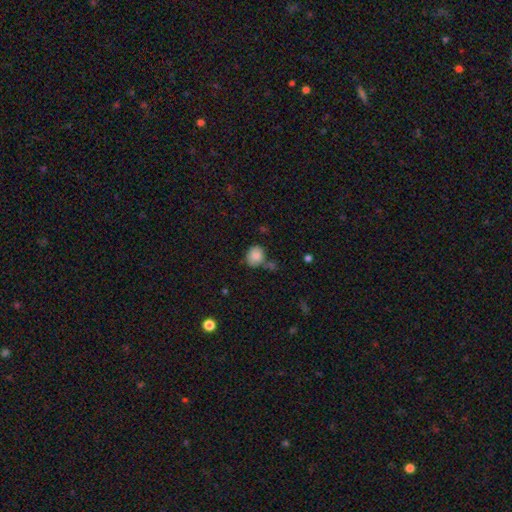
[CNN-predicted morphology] smooth 83%, star or artifact 9%, featured or disk 8%. Down the decision tree: how rounded — round (62%); merging — none (61%).